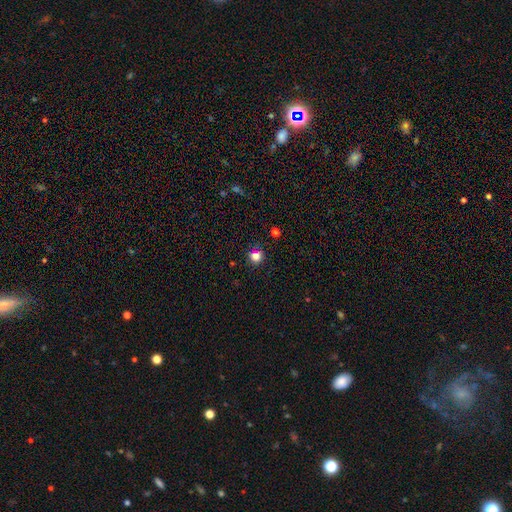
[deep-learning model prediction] Smooth or featured? smooth (79%)
How rounded? round (86%)
Merging? none (84%)